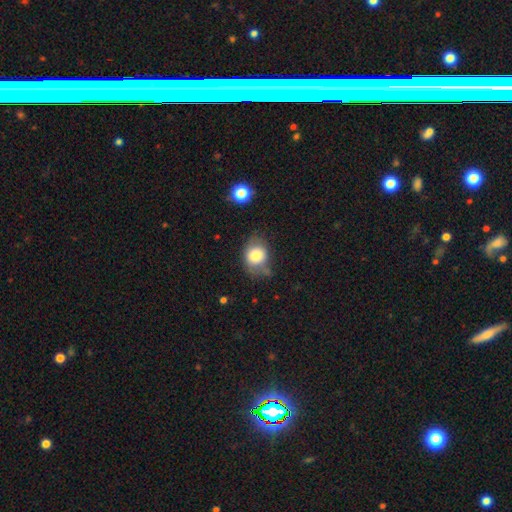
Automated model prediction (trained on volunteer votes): Smooth or featured? smooth (77%)
How rounded? round (57%)
Merging? none (51%)